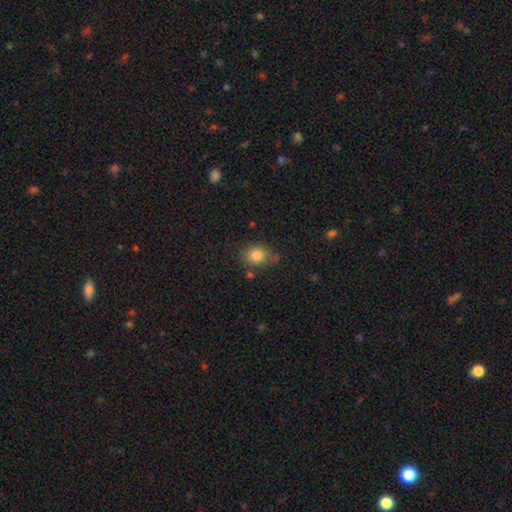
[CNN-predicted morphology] Overall: smooth (83%). How rounded: in between (61%; round 38%). Merging: none (66%).